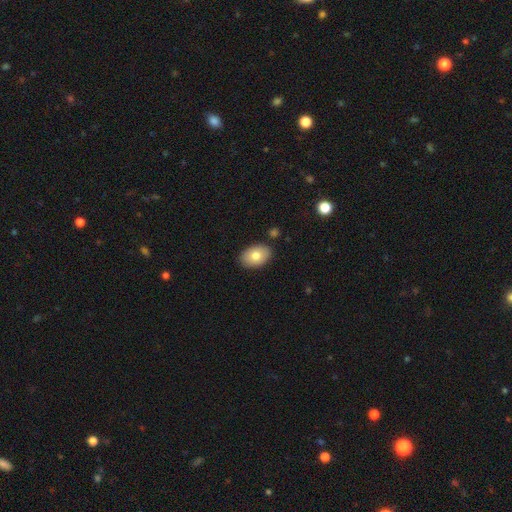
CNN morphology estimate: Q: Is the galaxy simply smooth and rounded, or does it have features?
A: smooth — 77%.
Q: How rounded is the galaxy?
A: in between — 88%.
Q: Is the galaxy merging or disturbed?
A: none — 86%.